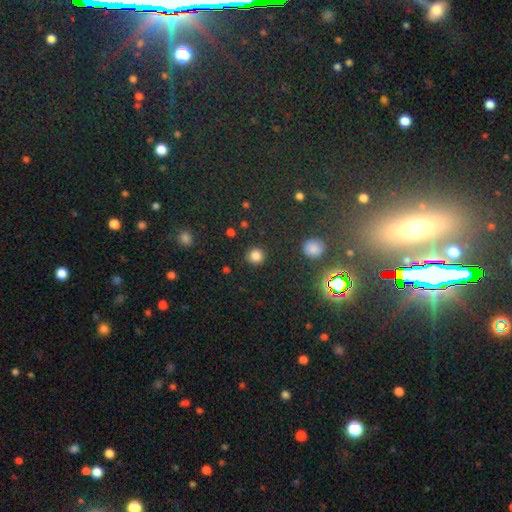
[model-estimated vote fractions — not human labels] This appears to be a smooth galaxy with no disk features (83%) that is round (92%). Merging: none (89%).